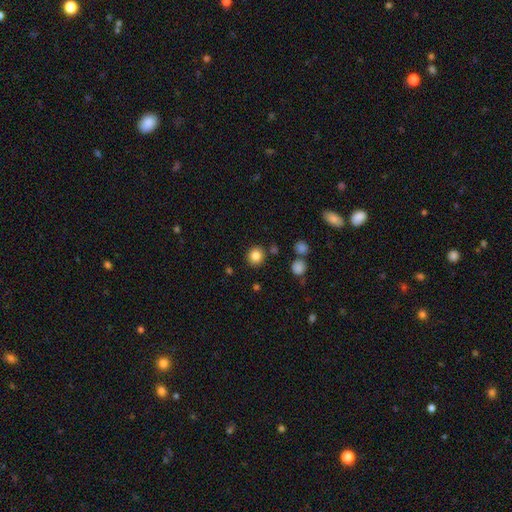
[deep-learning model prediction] Overall: smooth (84%). How rounded: round (88%). Merging: none (88%).